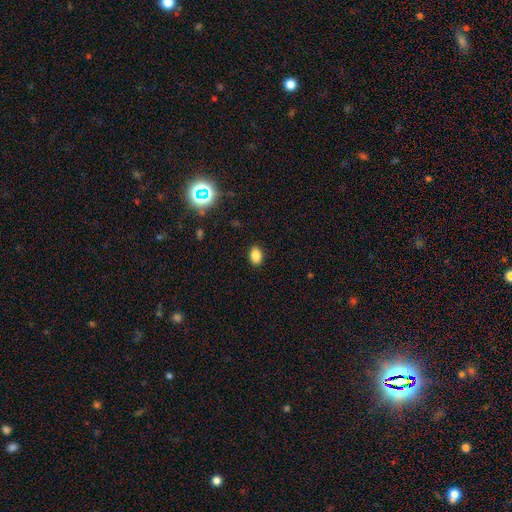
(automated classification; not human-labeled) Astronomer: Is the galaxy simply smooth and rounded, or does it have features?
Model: smooth — 84%.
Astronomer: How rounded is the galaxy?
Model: in between — 83%.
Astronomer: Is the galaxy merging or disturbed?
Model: none — 89%.